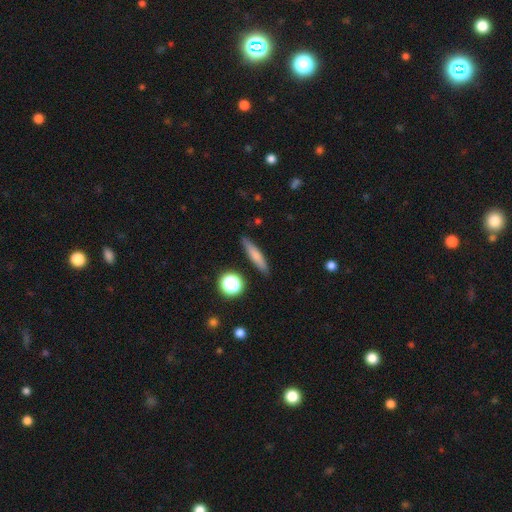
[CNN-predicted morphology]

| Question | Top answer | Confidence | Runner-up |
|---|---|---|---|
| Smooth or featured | smooth | 68% | featured or disk (23%) |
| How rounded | cigar-shaped | 83% | in between (13%) |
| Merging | none | 87% | minor disturbance (9%) |